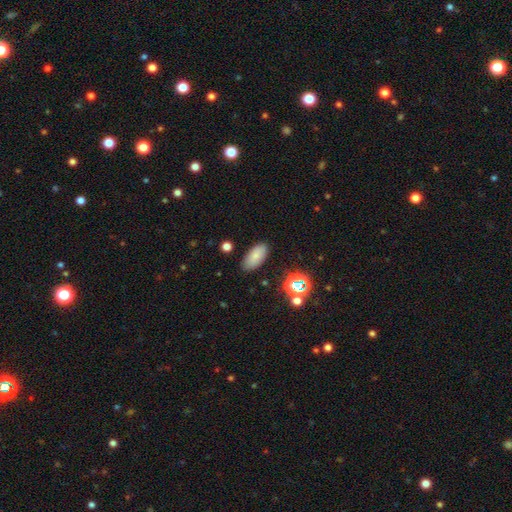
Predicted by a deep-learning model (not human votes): A smooth galaxy with no disk features (78%) that is in between round and cigar-shaped (90%).

Vote fractions:
- Smooth or featured? smooth: 78% / star or artifact: 11% / featured or disk: 11%
- How rounded? in between: 90% / cigar-shaped: 6% / round: 3%
- Merging? none: 85% / minor disturbance: 10% / major disturbance: 3% / merger: 2%